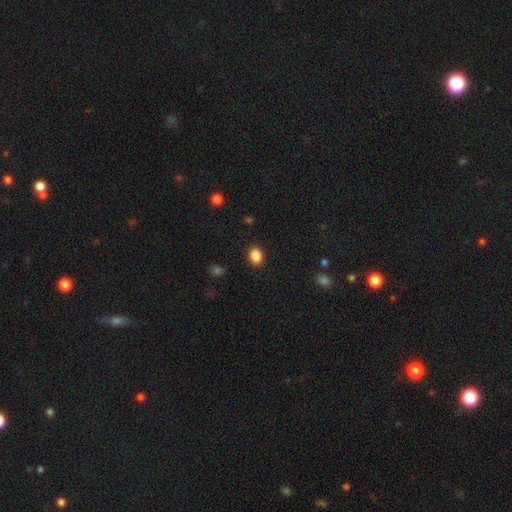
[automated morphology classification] This is clearly a smooth galaxy (88%). How rounded: likely in between (76%). Merging: clearly none (89%).